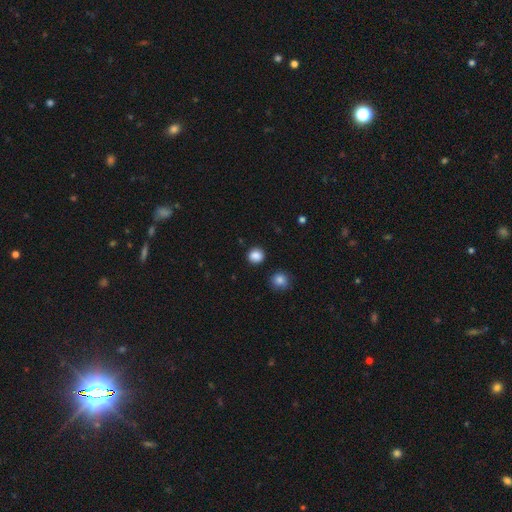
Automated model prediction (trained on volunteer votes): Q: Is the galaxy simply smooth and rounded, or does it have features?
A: smooth — 87%.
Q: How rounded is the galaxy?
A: round — 86%.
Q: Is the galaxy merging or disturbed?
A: none — 90%.